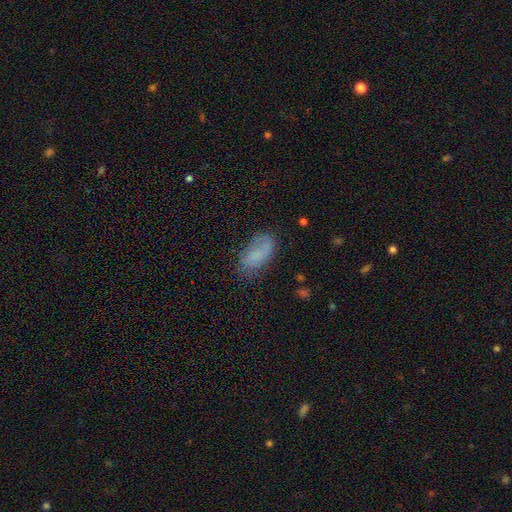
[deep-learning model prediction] The model was most divided on "merging": none: 58%, minor disturbance: 27%, major disturbance: 12%, merger: 3%. More confident: how rounded — in between (93%); smooth or featured — smooth (73%).